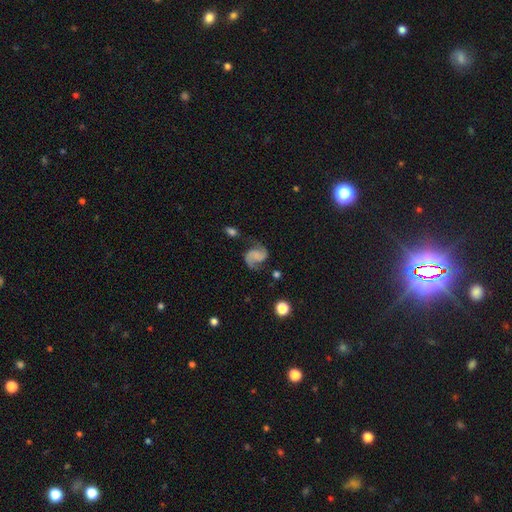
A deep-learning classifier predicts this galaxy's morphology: A featured or disk galaxy (82%) with no bar (60%), 2 (92%) medium (47%) spiral arms (97%) and no central bulge (66%). Merging: none (70%).